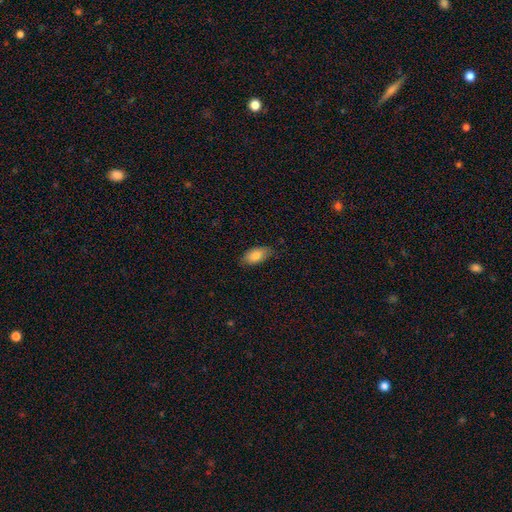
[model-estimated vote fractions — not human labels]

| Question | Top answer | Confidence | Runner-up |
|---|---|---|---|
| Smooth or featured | smooth | 82% | featured or disk (11%) |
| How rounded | in between | 92% | cigar-shaped (4%) |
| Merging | none | 79% | minor disturbance (17%) |